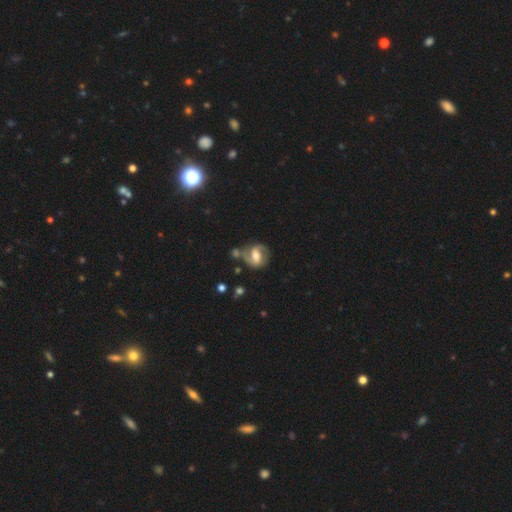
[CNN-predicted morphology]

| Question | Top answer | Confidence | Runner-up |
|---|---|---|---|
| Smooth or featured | featured or disk | 74% | smooth (19%) |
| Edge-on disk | no | 97% | yes (3%) |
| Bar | weak | 46% | strong (32%) |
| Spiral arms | yes | 89% | no (11%) |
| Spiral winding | medium | 51% | tight (28%) |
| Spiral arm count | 2 | 83% | can't tell (7%) |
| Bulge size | moderate | 66% | small (17%) |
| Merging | none | 56% | minor disturbance (19%) |